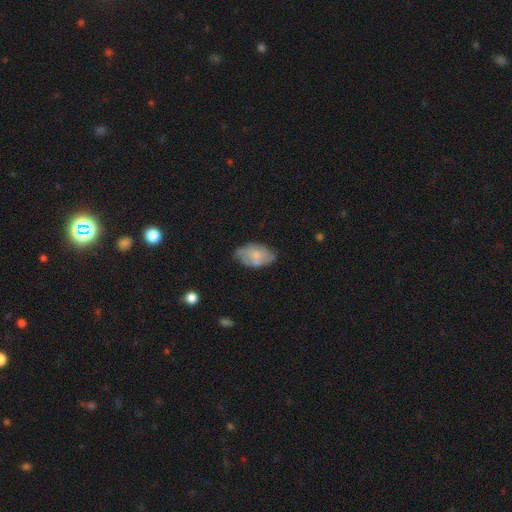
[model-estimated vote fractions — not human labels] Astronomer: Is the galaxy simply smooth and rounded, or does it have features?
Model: smooth — 51% (runner-up: featured or disk, 42%).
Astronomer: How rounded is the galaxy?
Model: in between — 91%.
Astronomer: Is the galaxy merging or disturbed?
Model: none — 55% (runner-up: minor disturbance, 32%).